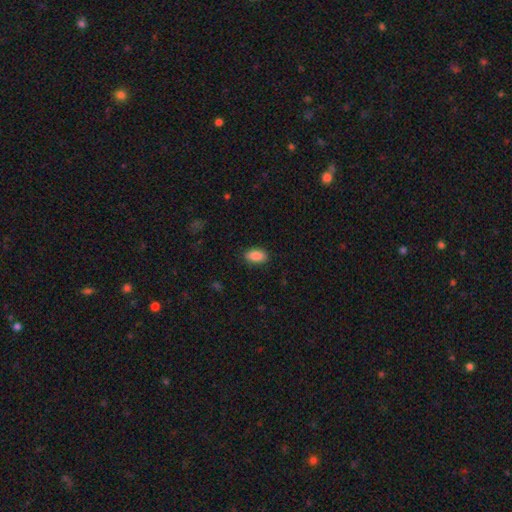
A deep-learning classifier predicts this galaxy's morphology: Smooth or featured?
  - smooth: 89% *
  - star or artifact: 7%
  - featured or disk: 4%
How rounded?
  - in between: 92% *
  - round: 6%
  - cigar-shaped: 2%
Merging?
  - none: 88% *
  - minor disturbance: 9%
  - major disturbance: 2%
  - merger: 1%